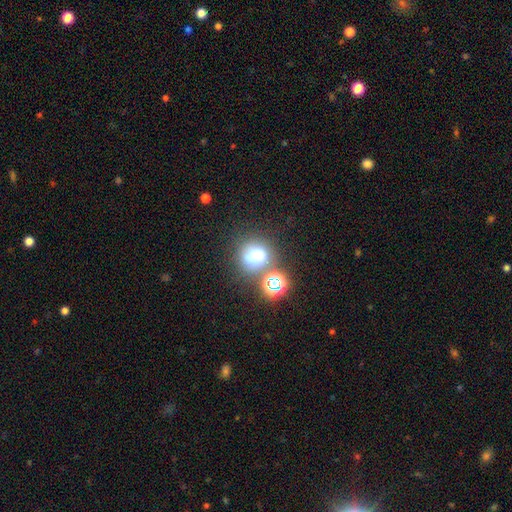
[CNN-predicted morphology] Overall: smooth (64%). How rounded: round (82%). Merging: none (63%).